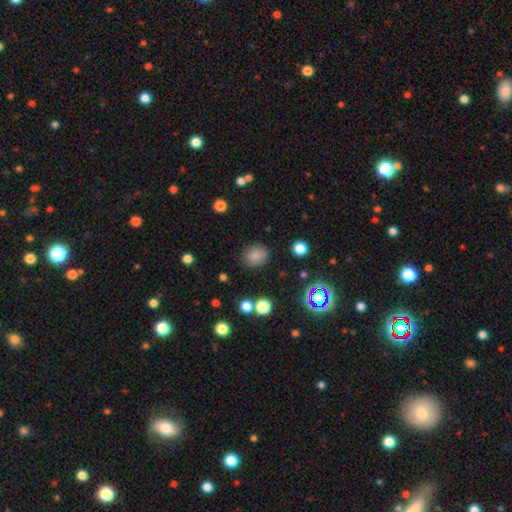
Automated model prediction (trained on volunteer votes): Smooth or featured? smooth (82%)
How rounded? round (75%)
Merging? none (84%)